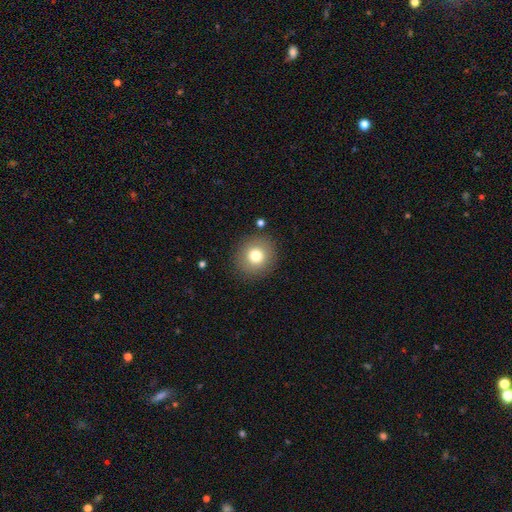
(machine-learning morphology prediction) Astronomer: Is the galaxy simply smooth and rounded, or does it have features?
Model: smooth — 77%.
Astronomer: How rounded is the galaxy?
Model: round — 90%.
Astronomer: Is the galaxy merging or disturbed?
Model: none — 88%.